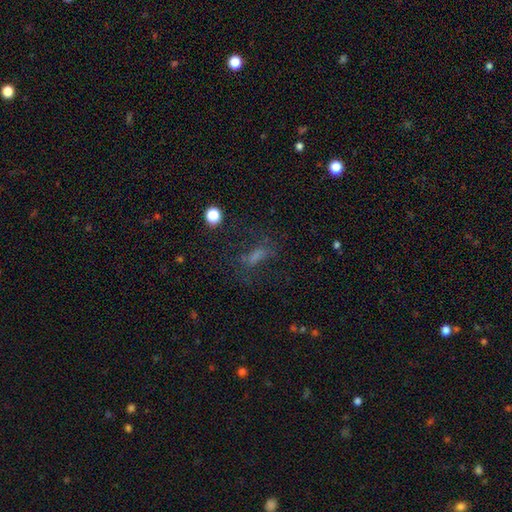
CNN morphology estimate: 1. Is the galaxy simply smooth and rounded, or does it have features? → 49% smooth, 26% star or artifact, 25% featured or disk.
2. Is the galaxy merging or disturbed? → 56% none, 23% major disturbance, 18% minor disturbance, 3% merger.